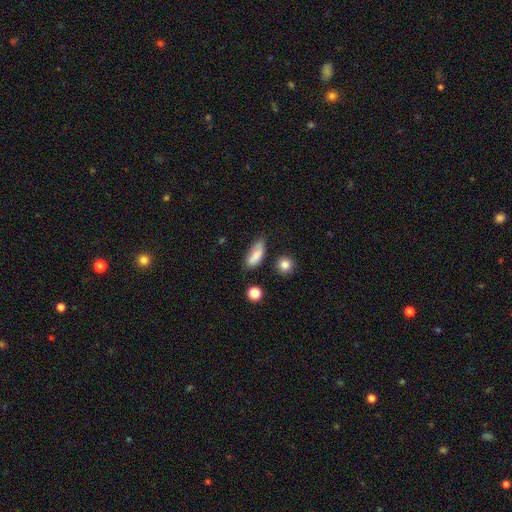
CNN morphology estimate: A smooth galaxy with no disk features (81%) that is in between round and cigar-shaped (72%). Merging: none (56%).